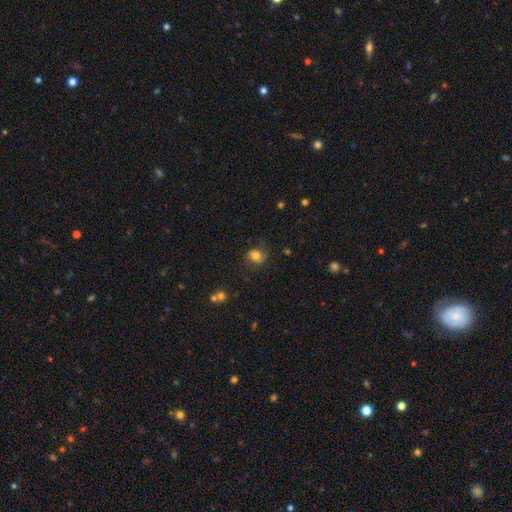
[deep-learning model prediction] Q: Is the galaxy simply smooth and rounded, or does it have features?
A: smooth — 76%.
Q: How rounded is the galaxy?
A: round — 56%.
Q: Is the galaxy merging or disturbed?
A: none — 72%.